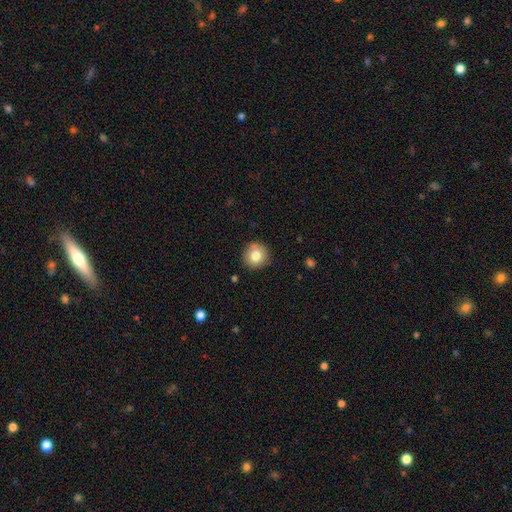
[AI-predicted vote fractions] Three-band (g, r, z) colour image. It shows a smooth galaxy with no disk features (80%) that is round (93%). Merging: none (87%).